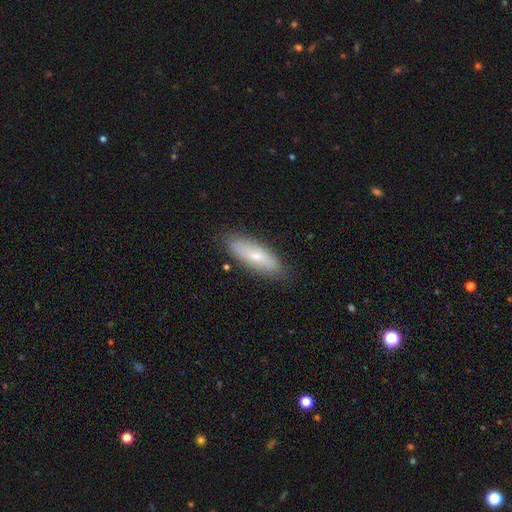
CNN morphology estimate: Overall: smooth (65%; featured or disk 29%). How rounded: in between (55%; cigar-shaped 43%). Merging: none (85%).